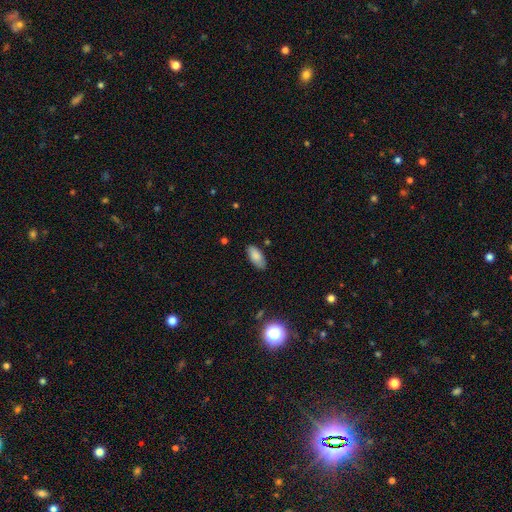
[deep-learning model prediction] A smooth galaxy with no disk features (83%) that is in between round and cigar-shaped (88%).

Vote fractions:
- Smooth or featured? smooth: 83% / featured or disk: 9% / star or artifact: 8%
- How rounded? in between: 88% / cigar-shaped: 10% / round: 2%
- Merging? none: 84% / minor disturbance: 13% / major disturbance: 2% / merger: 1%